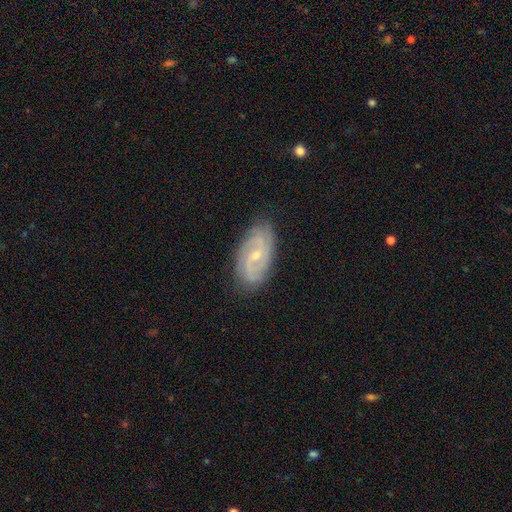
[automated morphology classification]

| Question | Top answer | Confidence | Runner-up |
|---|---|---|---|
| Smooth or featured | featured or disk | 81% | smooth (13%) |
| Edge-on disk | no | 95% | yes (5%) |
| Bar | weak | 47% | no (43%) |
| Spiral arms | yes | 95% | no (5%) |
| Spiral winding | medium | 43% | tight (41%) |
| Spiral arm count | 2 | 59% | can't tell (17%) |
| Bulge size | small | 65% | moderate (31%) |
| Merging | none | 81% | minor disturbance (14%) |